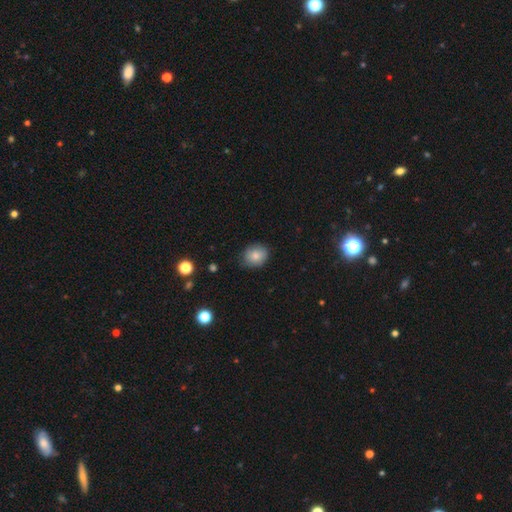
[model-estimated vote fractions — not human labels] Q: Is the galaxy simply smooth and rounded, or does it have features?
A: smooth — 82%.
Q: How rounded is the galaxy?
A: round — 64%.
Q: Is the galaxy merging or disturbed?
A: none — 80%.